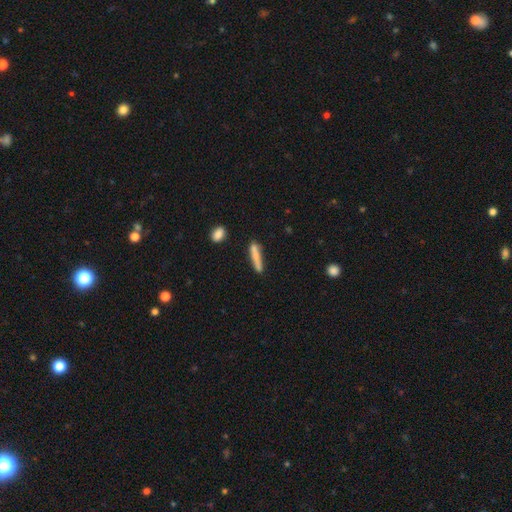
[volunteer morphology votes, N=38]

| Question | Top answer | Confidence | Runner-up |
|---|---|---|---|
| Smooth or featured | smooth | 71% | featured or disk (21%) |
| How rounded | cigar-shaped | 93% | in between (7%) |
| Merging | none | 80% | minor disturbance (14%) |